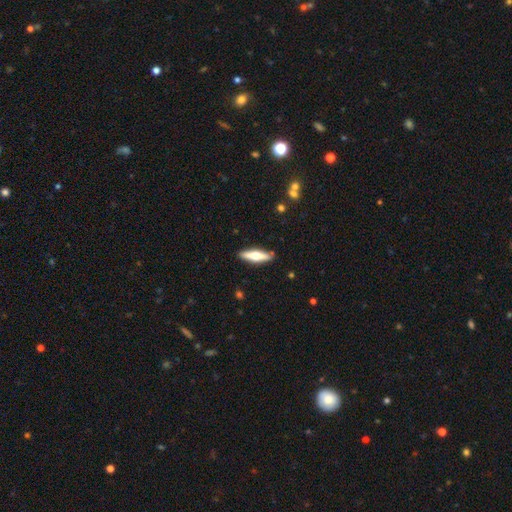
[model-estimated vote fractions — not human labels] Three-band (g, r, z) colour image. It shows a featured or disk galaxy (50%). Merging: none (89%).